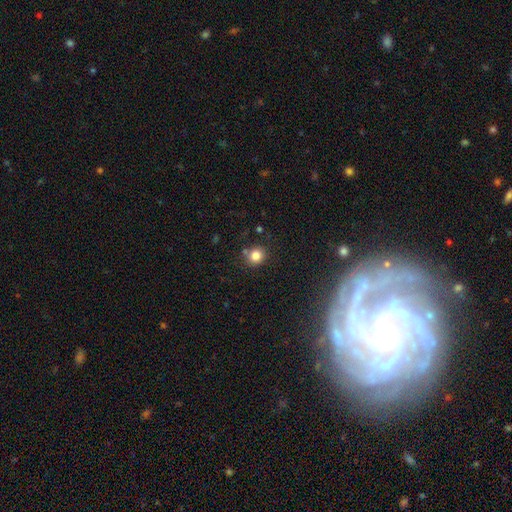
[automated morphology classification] This appears to be a smooth galaxy with no disk features (82%) that is round (83%). Merging: none (79%).